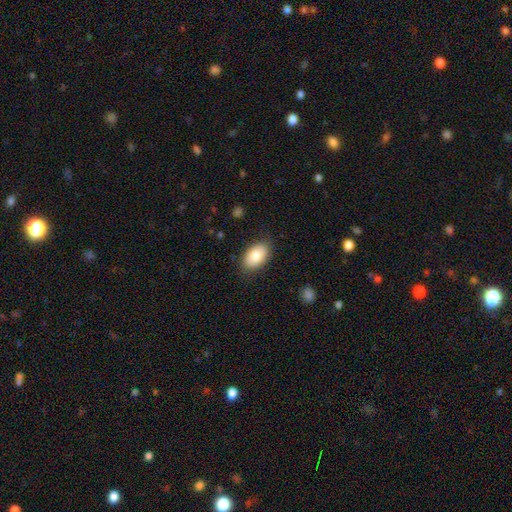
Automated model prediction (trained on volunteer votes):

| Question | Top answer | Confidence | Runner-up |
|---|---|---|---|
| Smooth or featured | smooth | 82% | featured or disk (11%) |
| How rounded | in between | 92% | round (7%) |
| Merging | none | 82% | minor disturbance (13%) |